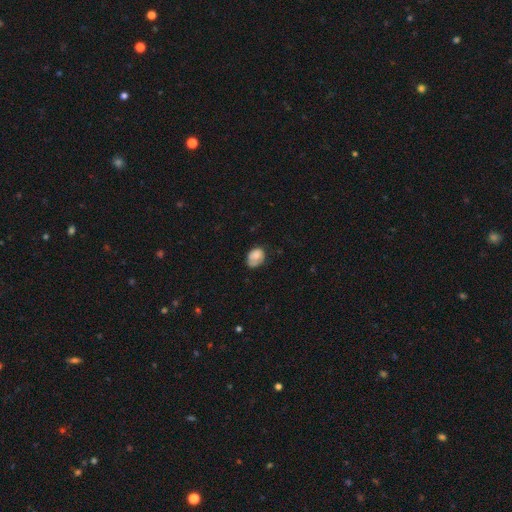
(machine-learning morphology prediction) This appears to be a smooth galaxy with no disk features (68%) that is in between round and cigar-shaped (62%). Merging: none (46%).